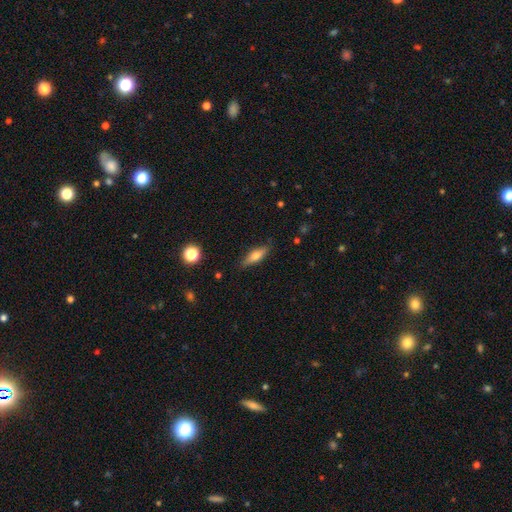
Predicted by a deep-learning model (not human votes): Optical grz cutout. It shows a smooth galaxy with no disk features (60%) that is cigar-shaped (52%). Merging: none (82%).